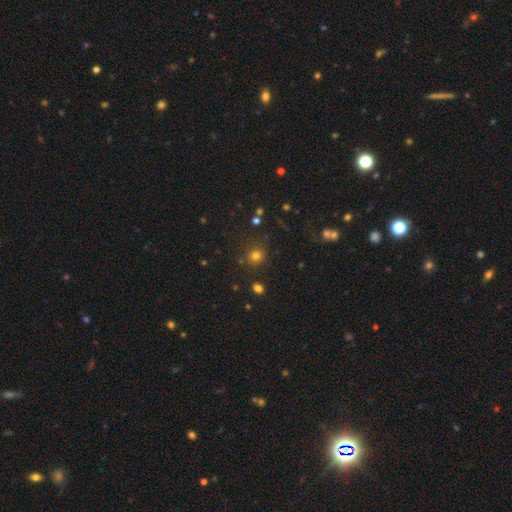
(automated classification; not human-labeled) Overall: smooth (75%). How rounded: round (88%). Merging: none (82%).